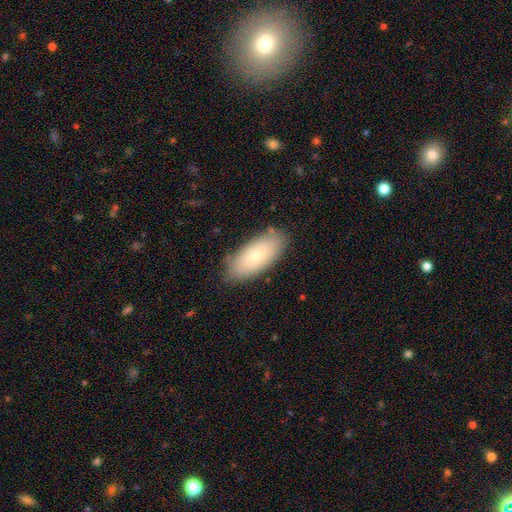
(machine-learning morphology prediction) smooth_or_featured: smooth (p=0.72) [alt: featured or disk p=0.21]
how_rounded: in between (p=0.88) [alt: cigar-shaped p=0.09]
merging: none (p=0.83) [alt: minor disturbance p=0.13]